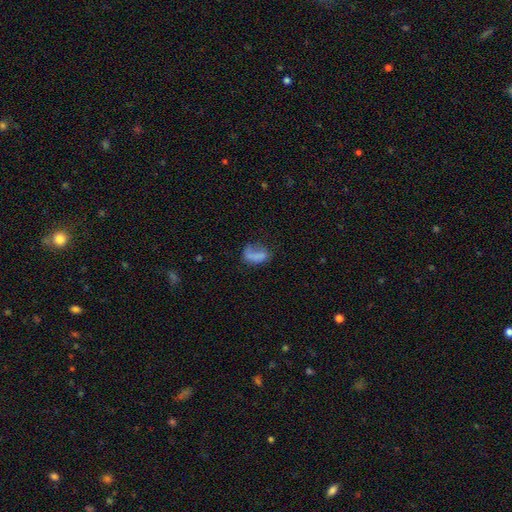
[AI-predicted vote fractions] Smooth or featured: smooth — 66% (featured or disk — 22%)
How rounded: in between — 83% (round — 13%)
Merging: none — 34% (major disturbance — 31%)